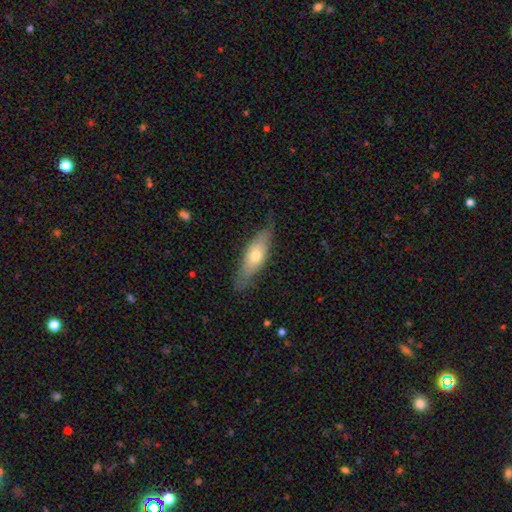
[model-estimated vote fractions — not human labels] Smooth or featured: smooth — 56% (featured or disk — 38%)
How rounded: in between — 51% (cigar-shaped — 46%)
Merging: none — 73% (minor disturbance — 20%)